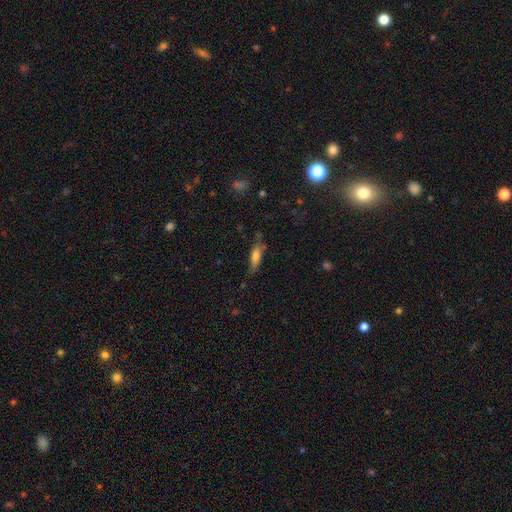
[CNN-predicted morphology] smooth 65%, featured or disk 26%, star or artifact 8%. Down the decision tree: how rounded — cigar-shaped (52%); merging — none (62%).